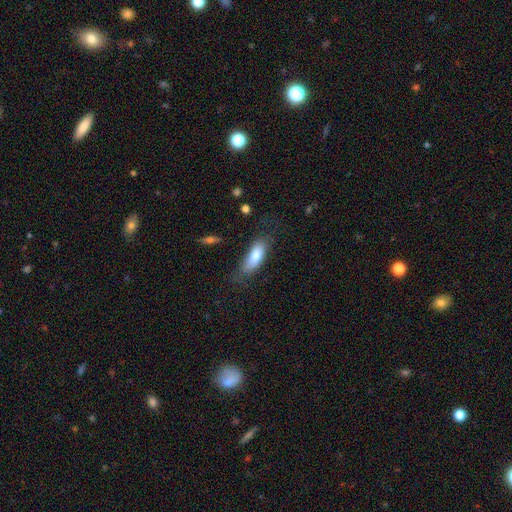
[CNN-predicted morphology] This is likely a smooth galaxy (76%). How rounded: likely in between (71%). Merging: likely none (65%).